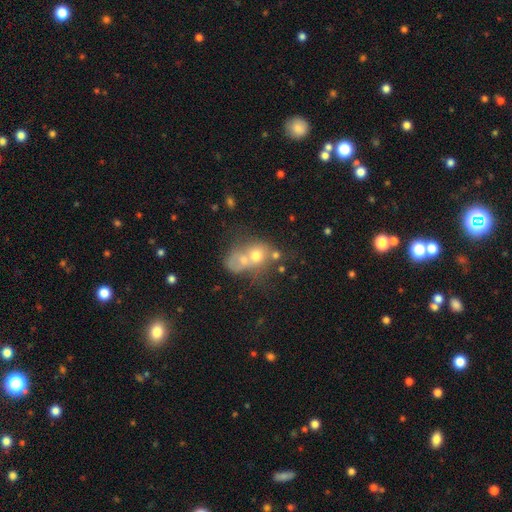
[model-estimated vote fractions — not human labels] Smooth or featured? Predicted: smooth (p=0.58). How rounded? Predicted: round (p=0.57). Merging? Predicted: merger (p=0.69).